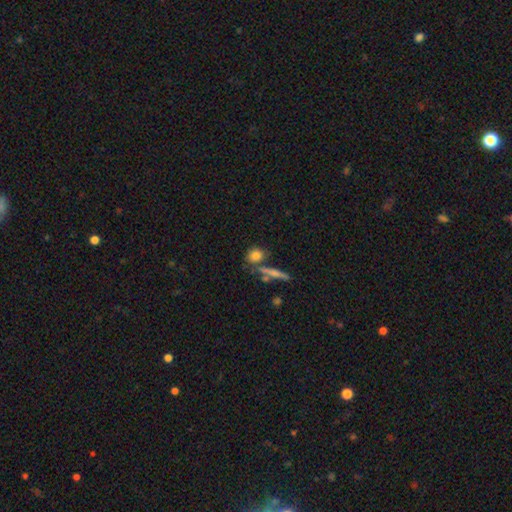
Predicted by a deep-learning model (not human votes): This is likely a smooth galaxy (78%). How rounded: possibly round (58%). Merging: likely none (64%).